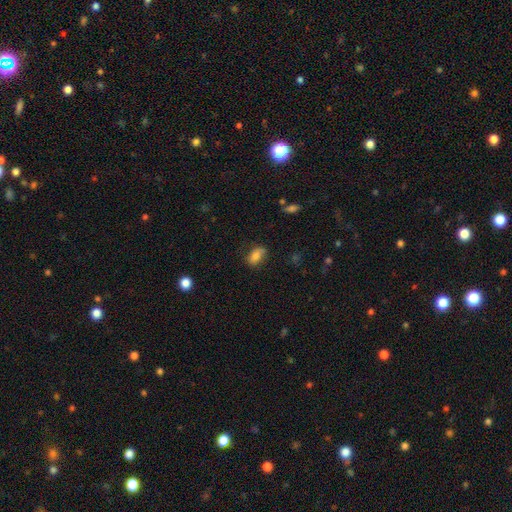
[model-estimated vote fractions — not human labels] smooth-or-featured: smooth: 81% | featured or disk: 11% | star or artifact: 9%
  how-rounded: in between: 88% | round: 10% | cigar-shaped: 2%
  merging: none: 70% | minor disturbance: 22% | major disturbance: 6% | merger: 2%